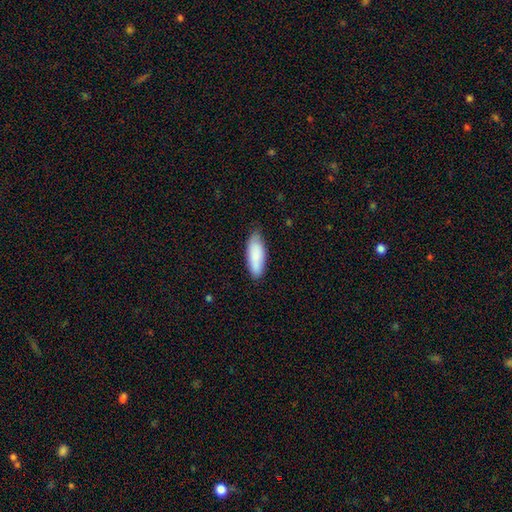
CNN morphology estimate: smooth-or-featured: smooth: 85% | featured or disk: 9% | star or artifact: 6%
  how-rounded: in between: 67% | cigar-shaped: 31% | round: 2%
  merging: none: 76% | minor disturbance: 20% | major disturbance: 3% | merger: 1%